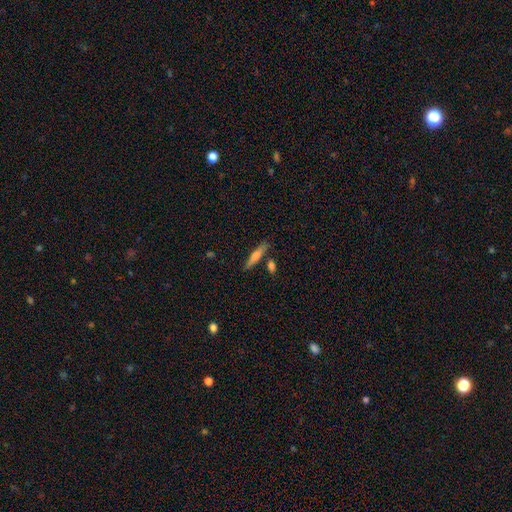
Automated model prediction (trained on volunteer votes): smooth_or_featured: smooth (p=0.59) [alt: featured or disk p=0.34]
how_rounded: cigar-shaped (p=0.86) [alt: in between p=0.12]
merging: none (p=0.77) [alt: minor disturbance p=0.12]